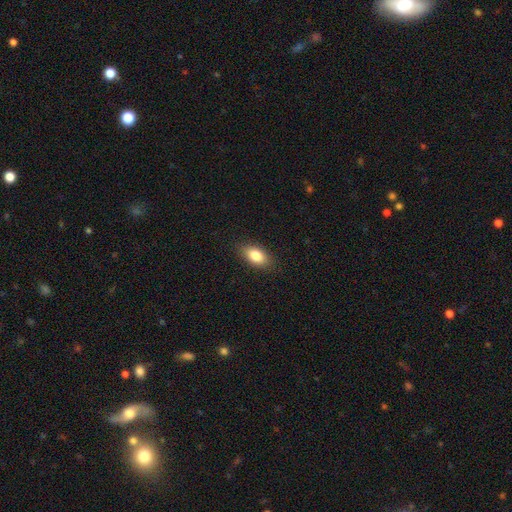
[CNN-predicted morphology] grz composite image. It shows a smooth galaxy with no disk features (82%) that is in between round and cigar-shaped (88%). Merging: none (86%).